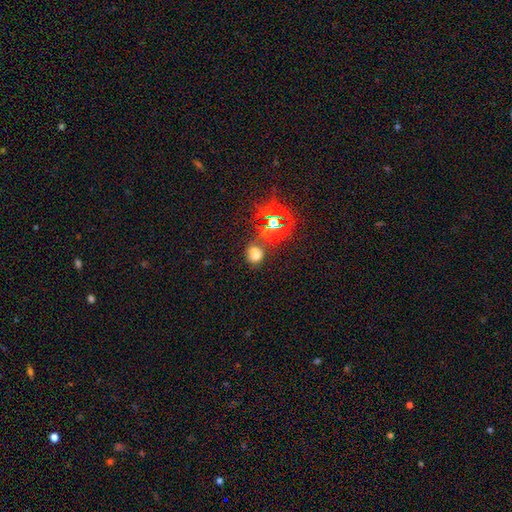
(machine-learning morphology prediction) type=smooth (60%); roundness=round (64%); merging=merger (43%).